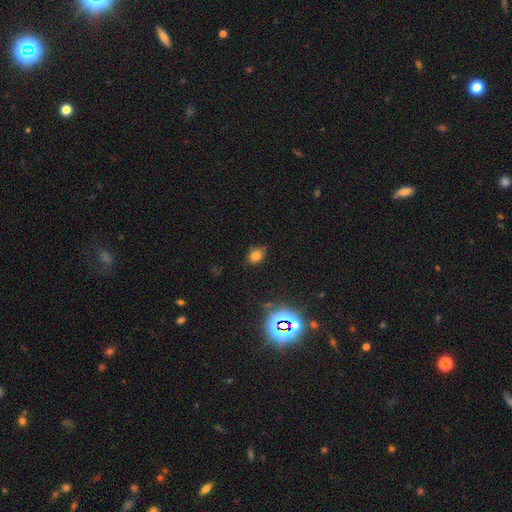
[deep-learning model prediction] smooth_or_featured: smooth (p=0.74) [alt: star or artifact p=0.19]
how_rounded: in between (p=0.71) [alt: round p=0.27]
merging: none (p=0.73) [alt: minor disturbance p=0.21]